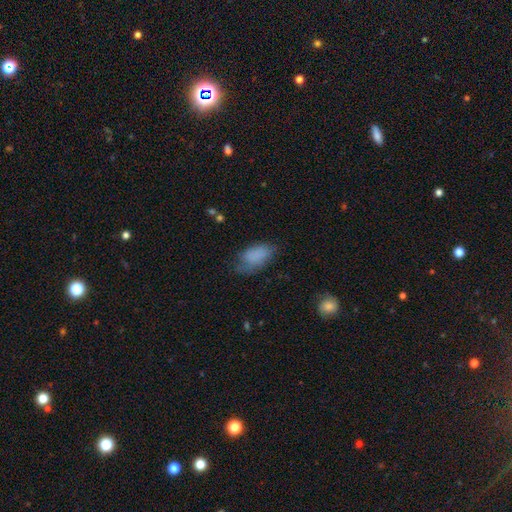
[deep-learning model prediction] smooth_or_featured: smooth (p=0.80) [alt: featured or disk p=0.11]
how_rounded: in between (p=0.92) [alt: round p=0.05]
merging: none (p=0.52) [alt: minor disturbance p=0.32]